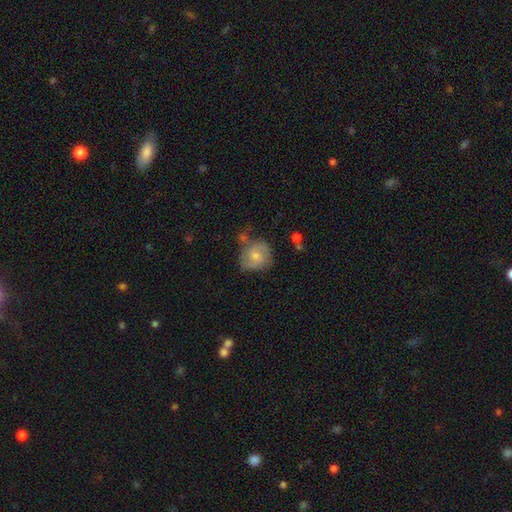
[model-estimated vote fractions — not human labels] Smooth or featured? Predicted: featured or disk (p=0.51). Edge-on disk? Predicted: no (p=0.97). Merging? Predicted: none (p=0.54).